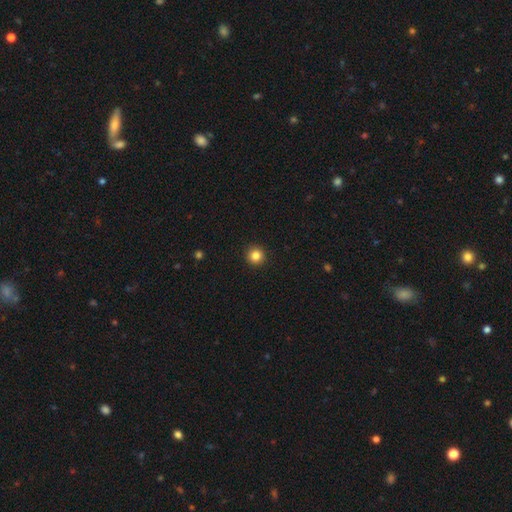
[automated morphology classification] This is clearly a smooth galaxy (84%). How rounded: clearly round (95%). Merging: clearly none (93%).